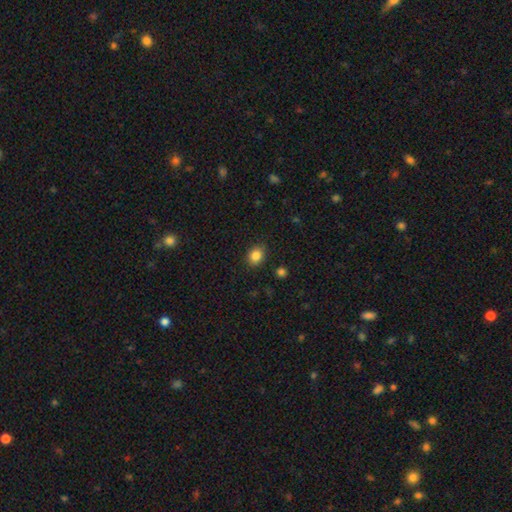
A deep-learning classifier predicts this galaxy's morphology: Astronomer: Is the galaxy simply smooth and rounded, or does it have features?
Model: smooth — 85%.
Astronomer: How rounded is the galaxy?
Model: round — 58% (runner-up: in between, 41%).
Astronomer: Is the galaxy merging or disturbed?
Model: none — 86%.